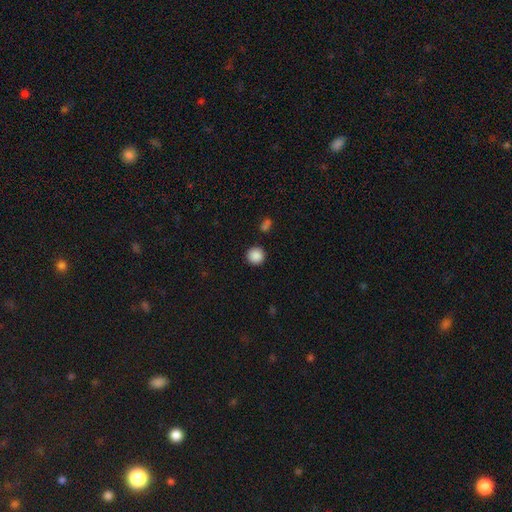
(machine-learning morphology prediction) This appears to be a smooth galaxy with no disk features (88%) that is round (95%). Merging: none (90%).